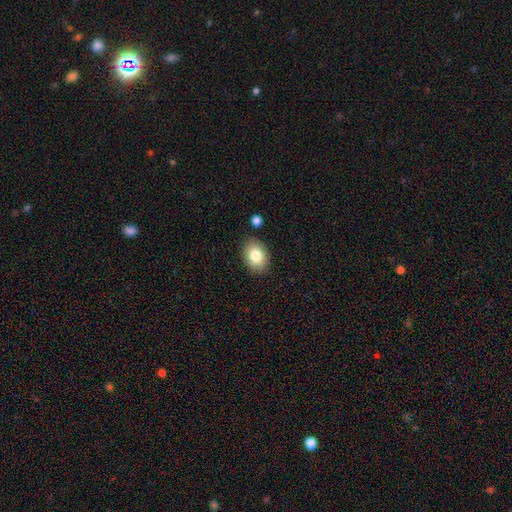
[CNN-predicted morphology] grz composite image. It shows a smooth galaxy with no disk features (83%) that is in between round and cigar-shaped (79%). Merging: none (86%).